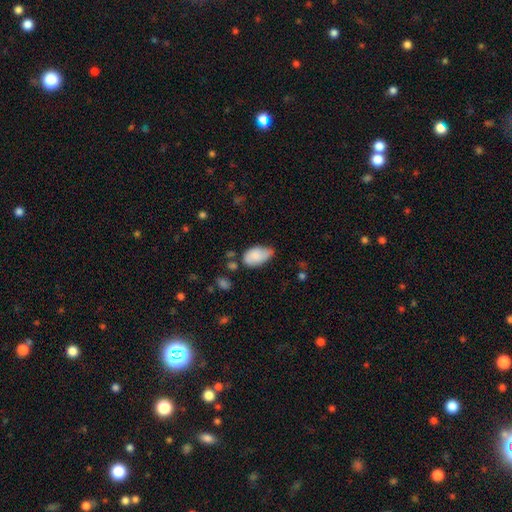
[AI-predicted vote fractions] Overall: smooth (78%). How rounded: in between (92%). Merging: minor disturbance (43%; none 40%).